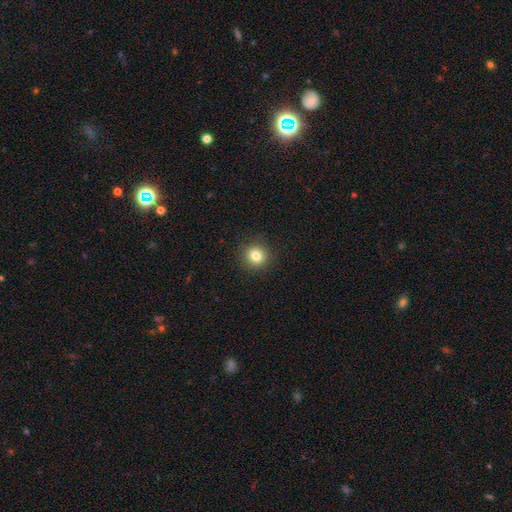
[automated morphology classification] This is clearly a smooth galaxy (82%). How rounded: clearly round (89%). Merging: clearly none (91%).